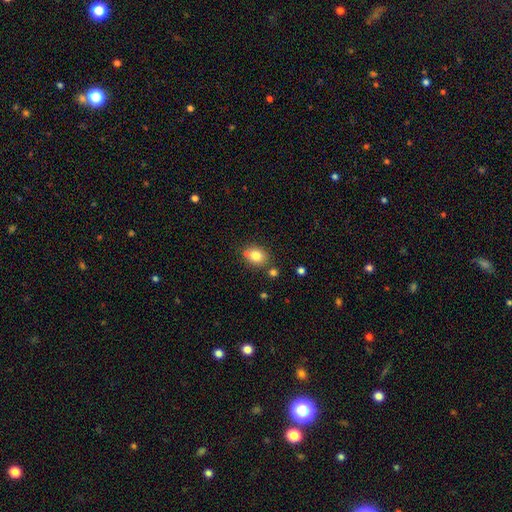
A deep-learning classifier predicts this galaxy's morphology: Smooth or featured? Predicted: smooth (p=0.80). How rounded? Predicted: round (p=0.52). Merging? Predicted: none (p=0.70).